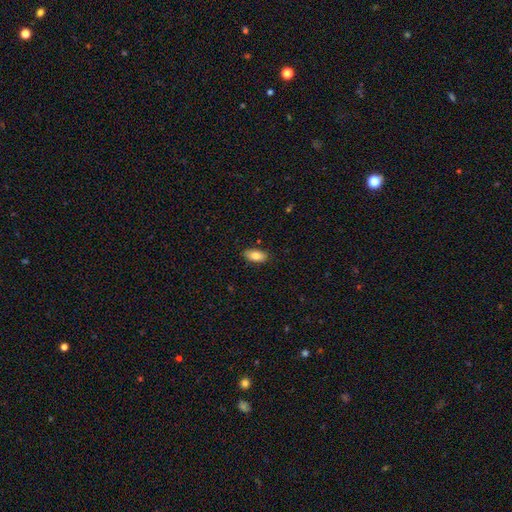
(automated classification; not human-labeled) smooth_or_featured: smooth (p=0.84) [alt: featured or disk p=0.09]
how_rounded: in between (p=0.91) [alt: cigar-shaped p=0.06]
merging: none (p=0.86) [alt: minor disturbance p=0.10]